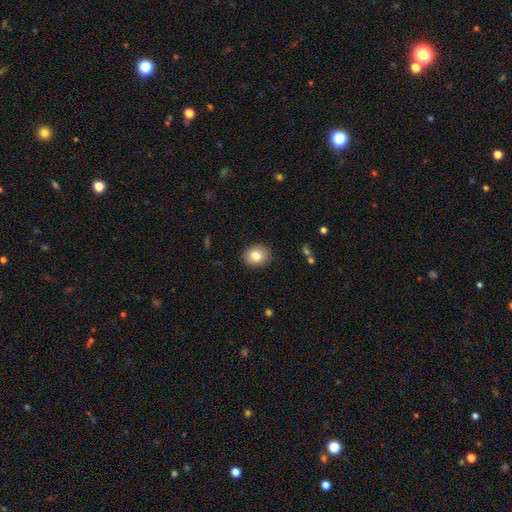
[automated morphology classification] Q: Smooth or featured?
A: smooth (82%); runner-up: featured or disk (9%)
Q: How rounded?
A: round (63%); runner-up: in between (36%)
Q: Merging?
A: none (90%); runner-up: minor disturbance (7%)